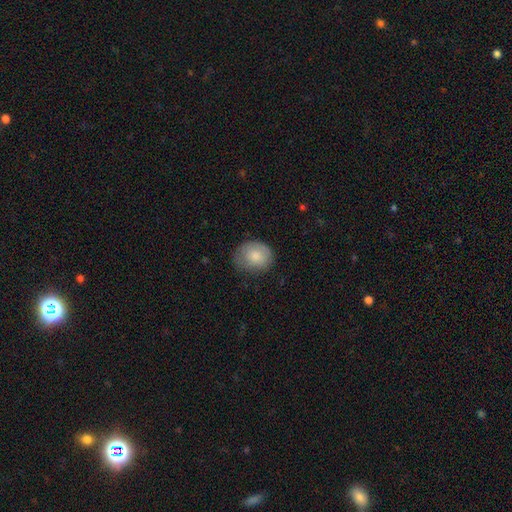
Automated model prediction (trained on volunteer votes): Smooth or featured? smooth (80%)
How rounded? round (54%)
Merging? none (63%)